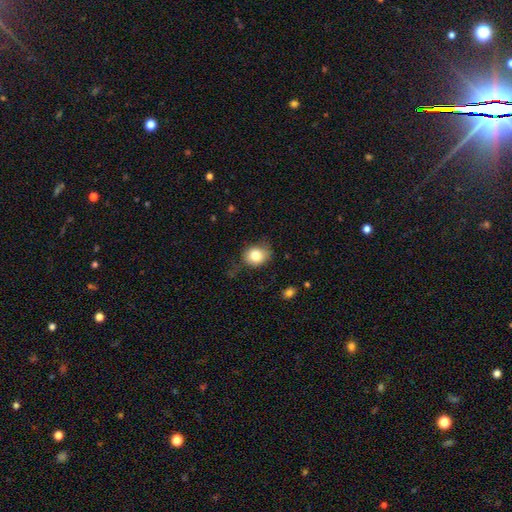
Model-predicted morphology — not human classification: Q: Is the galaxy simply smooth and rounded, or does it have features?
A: smooth — 81%.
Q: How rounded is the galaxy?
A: round — 64%.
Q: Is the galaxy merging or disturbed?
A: none — 67%.